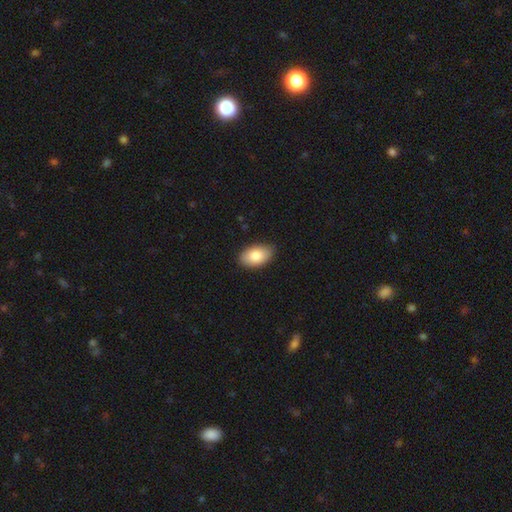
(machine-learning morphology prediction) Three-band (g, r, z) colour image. It shows a smooth galaxy with no disk features (85%) that is in between round and cigar-shaped (94%). Merging: none (88%).